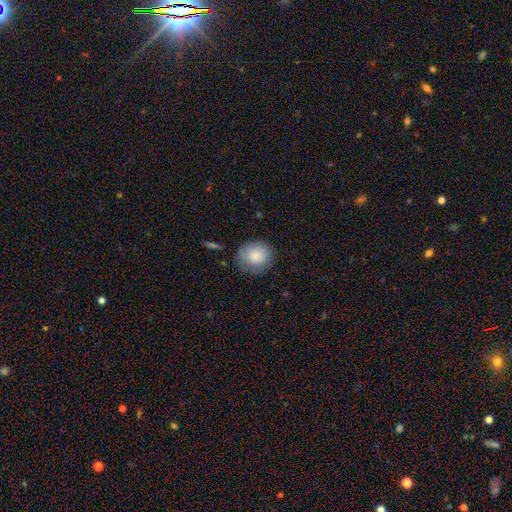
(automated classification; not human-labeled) smooth_or_featured: smooth (p=0.83) [alt: featured or disk p=0.10]
how_rounded: round (p=0.79) [alt: in between p=0.20]
merging: none (p=0.75) [alt: minor disturbance p=0.18]